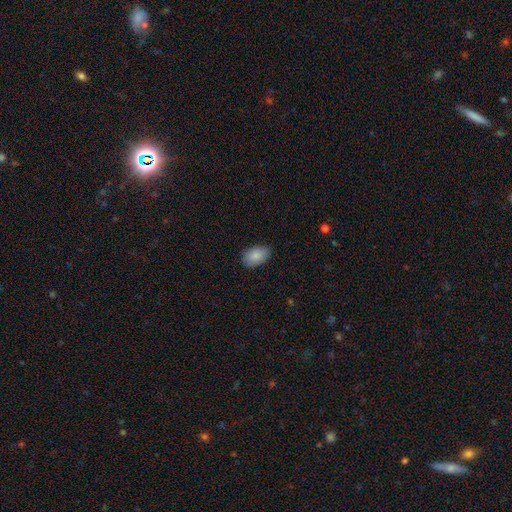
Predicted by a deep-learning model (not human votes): Smooth or featured: smooth — 88% (star or artifact — 7%)
How rounded: in between — 91% (round — 7%)
Merging: none — 81% (minor disturbance — 15%)